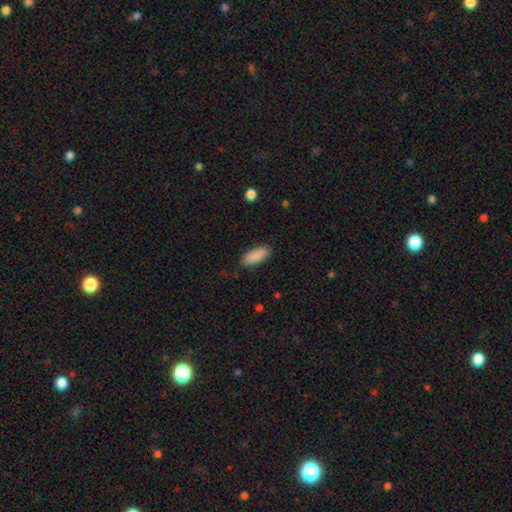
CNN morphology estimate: Q: Smooth or featured?
A: smooth (90%); runner-up: star or artifact (6%)
Q: How rounded?
A: in between (81%); runner-up: cigar-shaped (17%)
Q: Merging?
A: none (87%); runner-up: minor disturbance (10%)